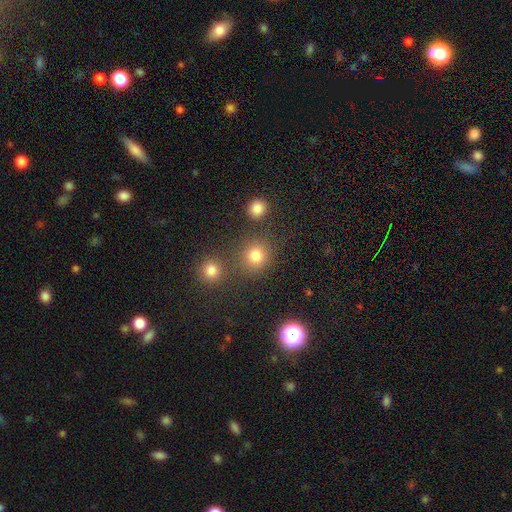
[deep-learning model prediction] Smooth or featured? Predicted: smooth (p=0.79). How rounded? Predicted: round (p=0.88). Merging? Predicted: none (p=0.74).